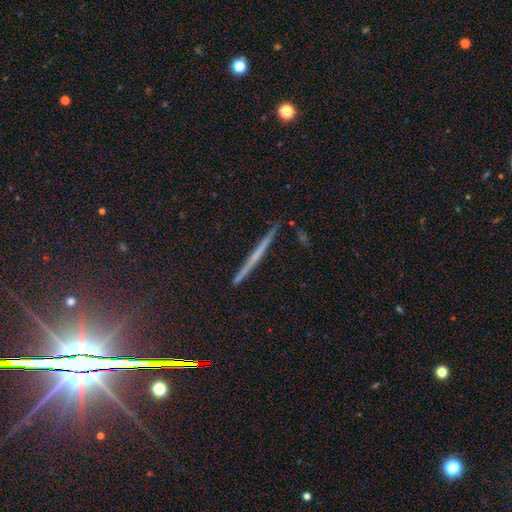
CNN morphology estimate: This is possibly a featured or disk galaxy (53%). It is clearly viewed edge-on (97%). Edge-on bulge: clearly none (80%). Merging: clearly none (91%).